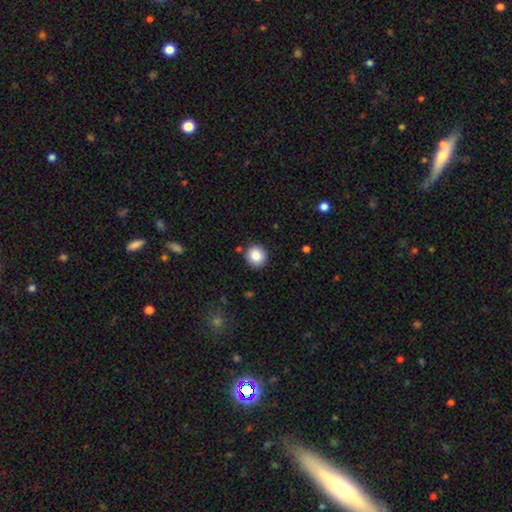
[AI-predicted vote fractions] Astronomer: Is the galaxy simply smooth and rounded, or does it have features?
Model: smooth — 85%.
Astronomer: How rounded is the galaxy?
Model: round — 92%.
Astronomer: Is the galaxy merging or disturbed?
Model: none — 88%.